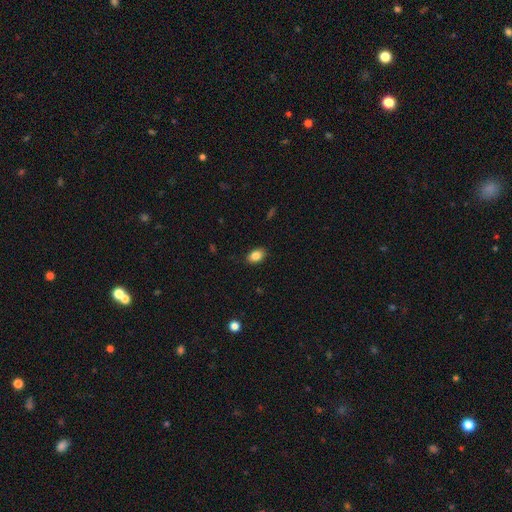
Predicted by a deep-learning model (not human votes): smooth 85%, star or artifact 9%, featured or disk 6%. Down the decision tree: how rounded — in between (84%); merging — none (87%).